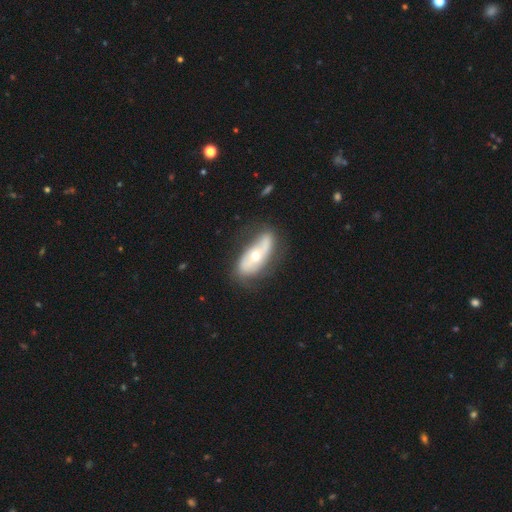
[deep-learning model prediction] Smooth or featured?
  - featured or disk: 63% *
  - smooth: 31%
  - star or artifact: 6%
Edge-on disk?
  - no: 82% *
  - yes: 18%
Bar?
  - no: 68% *
  - weak: 18%
  - strong: 14%
Spiral arms?
  - yes: 61% *
  - no: 39%
Bulge size?
  - moderate: 59% *
  - small: 35%
  - large: 4%
  - dominant: 1%
  - none: 1%
Merging?
  - none: 64% *
  - minor disturbance: 24%
  - major disturbance: 10%
  - merger: 3%